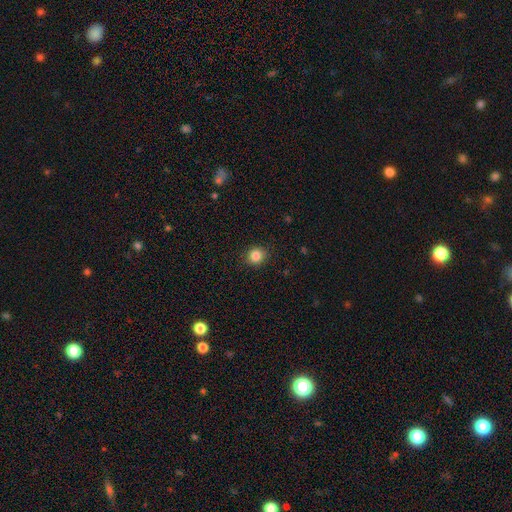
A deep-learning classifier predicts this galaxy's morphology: smooth-or-featured: smooth: 85% | star or artifact: 11% | featured or disk: 4%
  how-rounded: round: 85% | in between: 14% | cigar-shaped: 1%
  merging: none: 90% | minor disturbance: 7% | major disturbance: 2% | merger: 1%